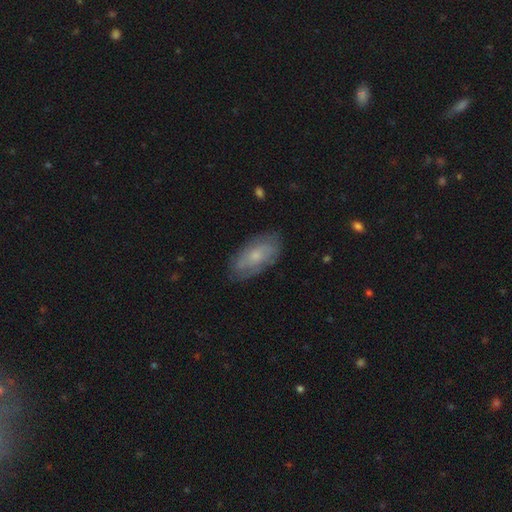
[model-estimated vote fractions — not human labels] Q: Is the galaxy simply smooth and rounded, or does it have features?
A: smooth — 56%.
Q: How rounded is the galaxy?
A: in between — 91%.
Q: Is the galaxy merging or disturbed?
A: none — 76%.